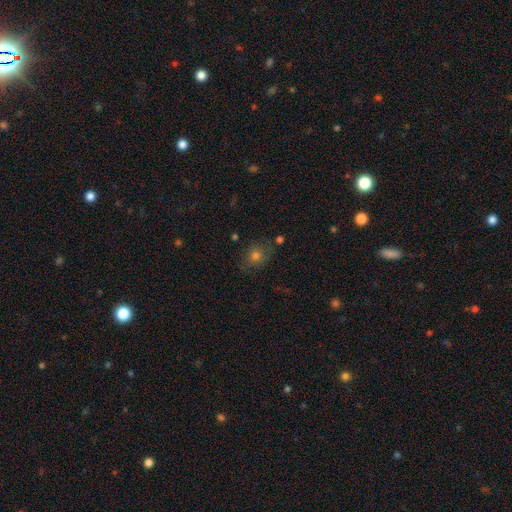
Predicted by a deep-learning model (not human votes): Smooth or featured: smooth — 67% (star or artifact — 20%)
How rounded: round — 68% (in between — 31%)
Merging: none — 76% (minor disturbance — 15%)